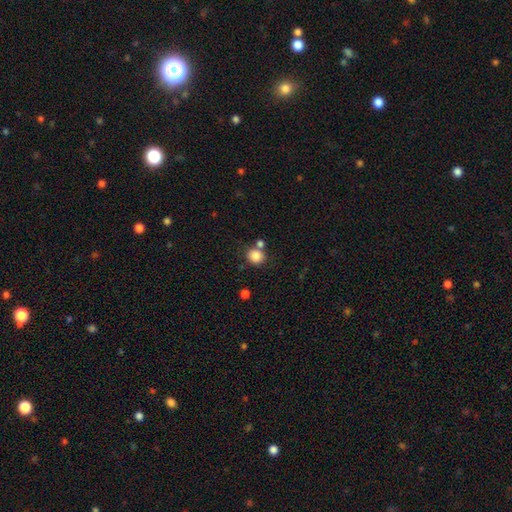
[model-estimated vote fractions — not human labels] Smooth or featured? smooth (85%)
How rounded? round (82%)
Merging? none (67%)